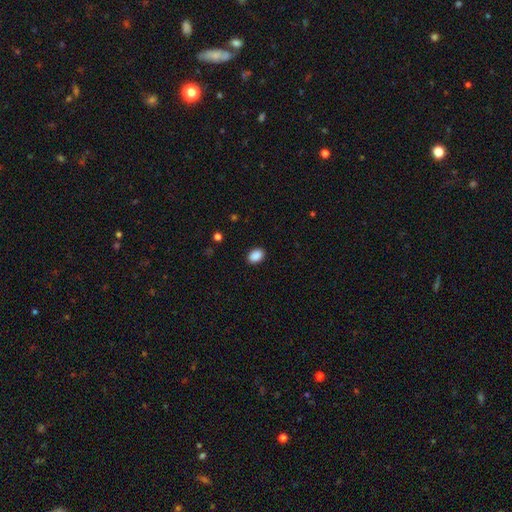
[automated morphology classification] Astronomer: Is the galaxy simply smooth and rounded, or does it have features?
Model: smooth — 90%.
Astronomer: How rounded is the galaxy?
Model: in between — 78%.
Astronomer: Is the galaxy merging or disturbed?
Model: none — 89%.